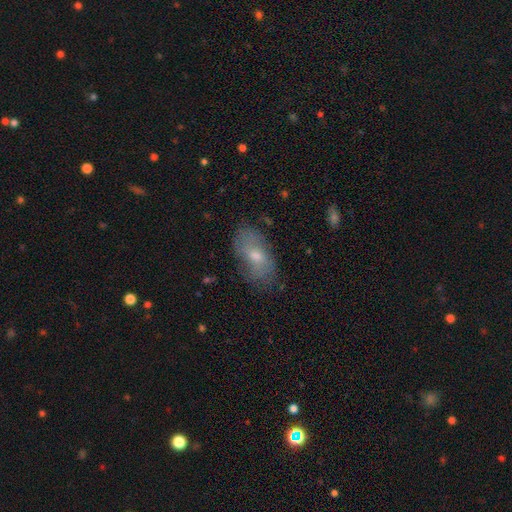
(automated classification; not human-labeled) Smooth or featured: smooth — 59% (featured or disk — 33%)
How rounded: in between — 91% (round — 5%)
Merging: none — 68% (minor disturbance — 22%)